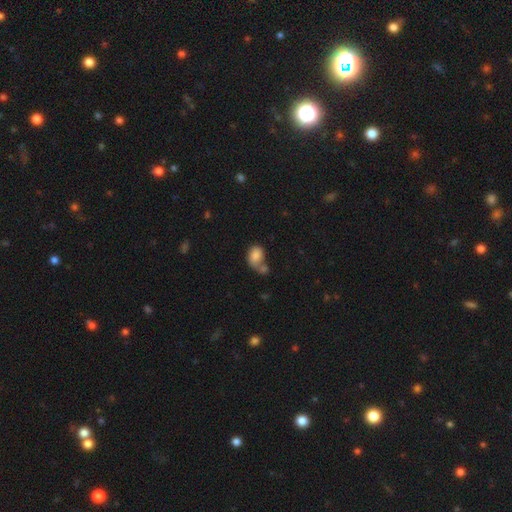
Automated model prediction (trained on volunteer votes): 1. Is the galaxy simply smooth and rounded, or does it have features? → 80% smooth, 11% featured or disk, 8% star or artifact.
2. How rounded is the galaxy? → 71% in between, 28% round, 1% cigar-shaped.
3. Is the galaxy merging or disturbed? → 49% merger, 26% none, 13% minor disturbance, 11% major disturbance.